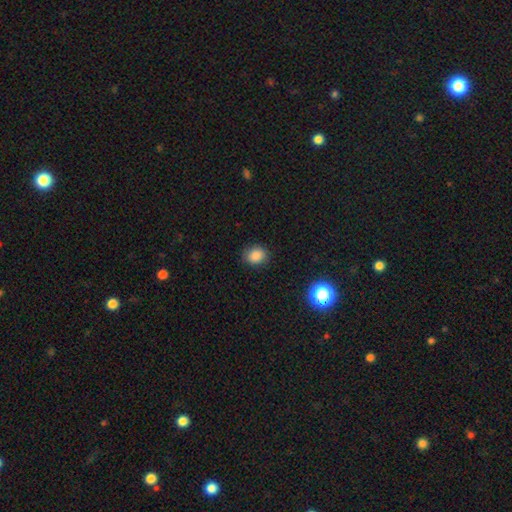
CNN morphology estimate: This is clearly a smooth galaxy (84%). How rounded: likely round (64%). Merging: clearly none (84%).